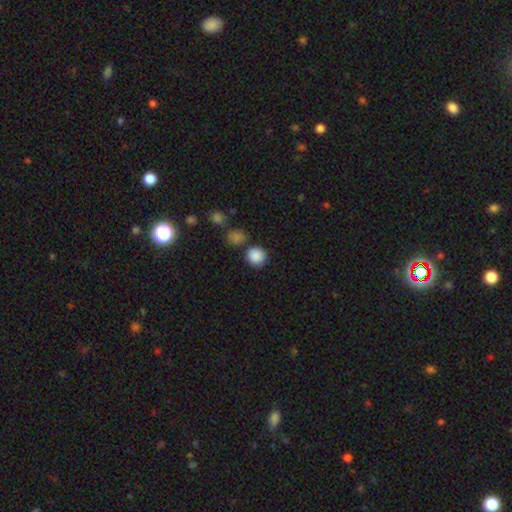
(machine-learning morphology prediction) Smooth or featured?
  - smooth: 87% *
  - star or artifact: 10%
  - featured or disk: 4%
How rounded?
  - round: 91% *
  - in between: 8%
  - cigar-shaped: 1%
Merging?
  - none: 76% *
  - minor disturbance: 10%
  - merger: 10%
  - major disturbance: 4%